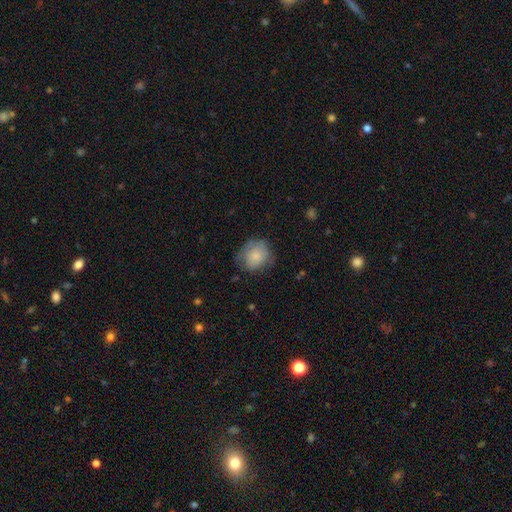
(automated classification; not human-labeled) Morphology: type=smooth (77%); roundness=round (69%); merging=none (58%).